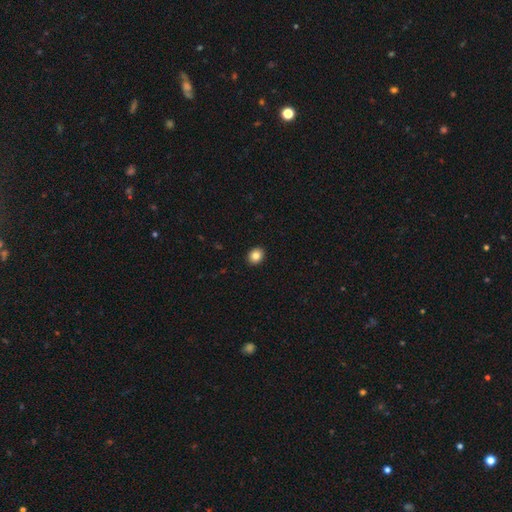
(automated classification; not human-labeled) Morphology: type=smooth (84%); roundness=round (62%); merging=none (93%).